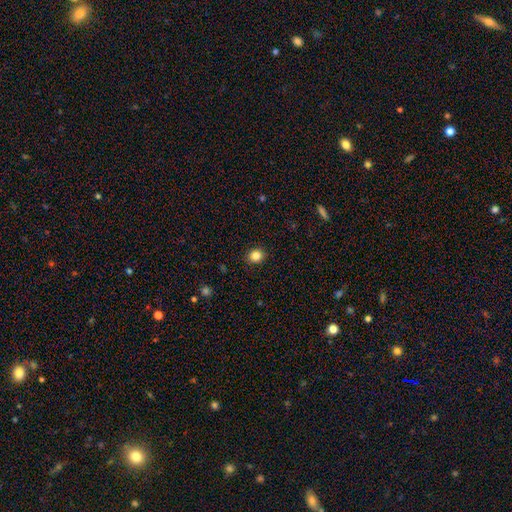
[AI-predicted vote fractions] This is clearly a smooth galaxy (85%). How rounded: likely round (71%). Merging: clearly none (90%).